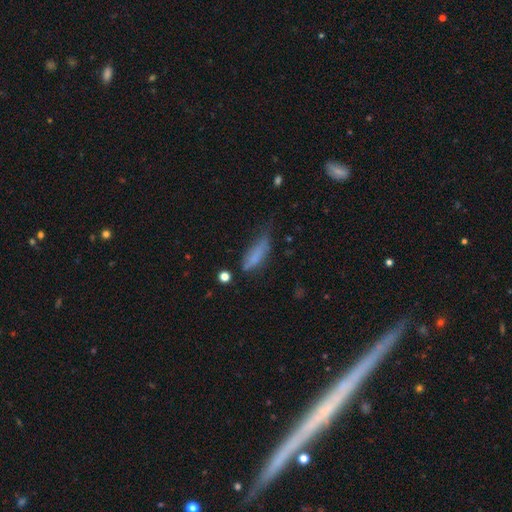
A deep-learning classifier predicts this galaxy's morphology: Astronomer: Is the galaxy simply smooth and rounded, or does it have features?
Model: smooth — 72%.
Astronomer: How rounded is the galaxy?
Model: cigar-shaped — 52% (runner-up: in between, 46%).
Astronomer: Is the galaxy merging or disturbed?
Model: minor disturbance — 38% (runner-up: none, 36%).